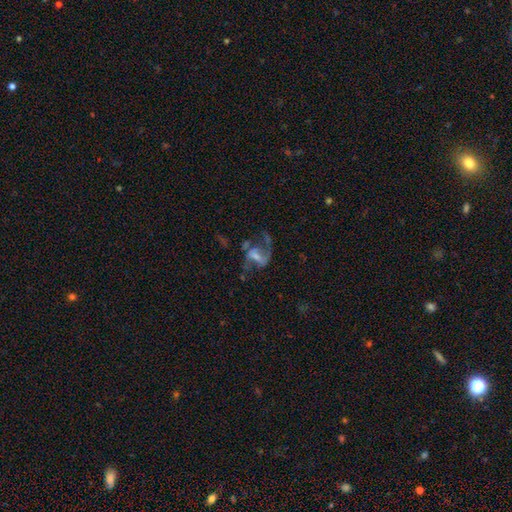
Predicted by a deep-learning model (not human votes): Smooth or featured? Predicted: featured or disk (p=0.77). Edge-on disk? Predicted: no (p=0.97). Bar? Predicted: weak (p=0.46). Spiral arms? Predicted: yes (p=0.85). Spiral winding? Predicted: loose (p=0.60). Spiral arm count? Predicted: 2 (p=0.75). Bulge size? Predicted: small (p=0.45). Merging? Predicted: none (p=0.43).